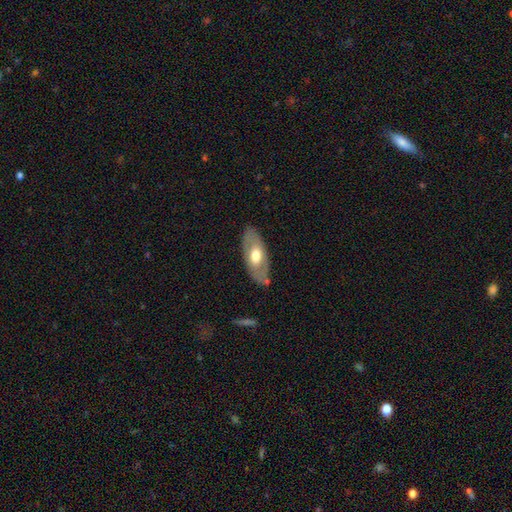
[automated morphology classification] This appears to be a featured or disk galaxy (48%). Merging: none (78%).